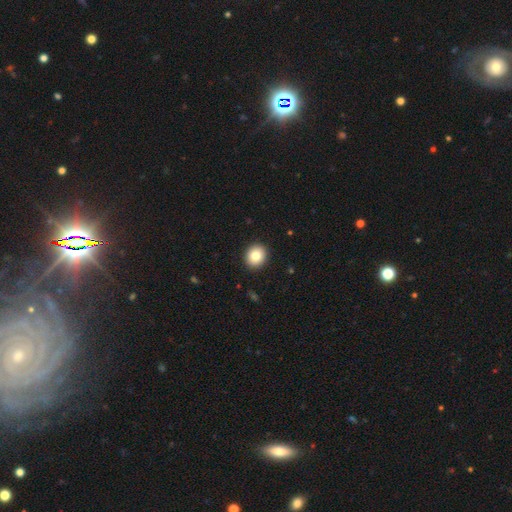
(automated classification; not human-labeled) Morphology: type=smooth (83%); roundness=round (74%); merging=none (92%).